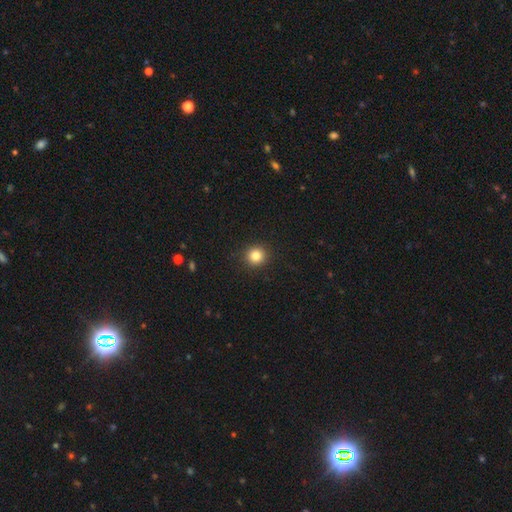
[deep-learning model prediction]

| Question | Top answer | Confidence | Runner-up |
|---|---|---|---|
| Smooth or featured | smooth | 84% | star or artifact (11%) |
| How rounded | round | 93% | in between (6%) |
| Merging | none | 92% | minor disturbance (5%) |